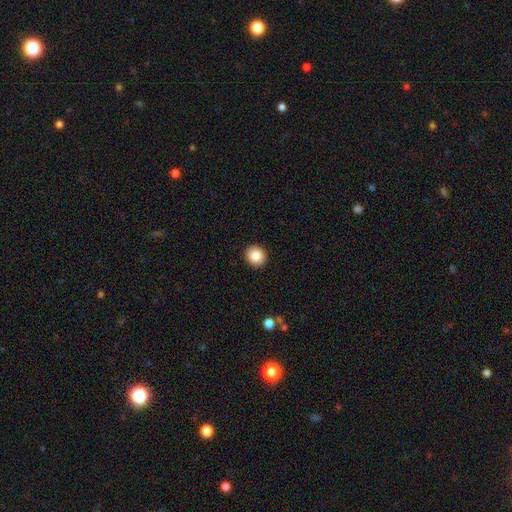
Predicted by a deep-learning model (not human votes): Smooth or featured: smooth — 85% (star or artifact — 9%)
How rounded: round — 87% (in between — 12%)
Merging: none — 92% (minor disturbance — 5%)